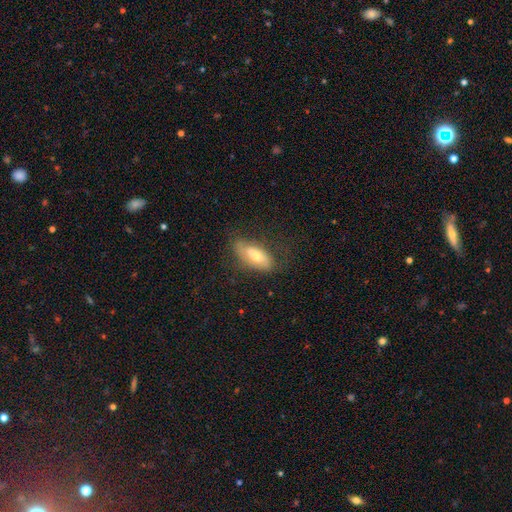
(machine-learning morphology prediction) Smooth or featured? smooth (55%)
How rounded? in between (80%)
Merging? none (63%)